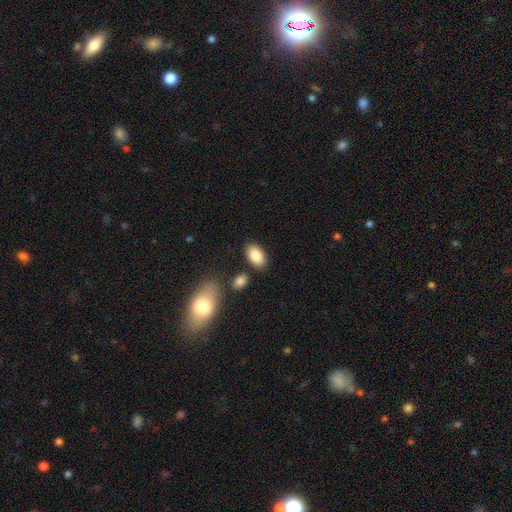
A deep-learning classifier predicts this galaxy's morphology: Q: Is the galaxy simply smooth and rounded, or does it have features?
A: smooth — 86%.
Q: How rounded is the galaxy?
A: in between — 93%.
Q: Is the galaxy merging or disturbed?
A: none — 81%.